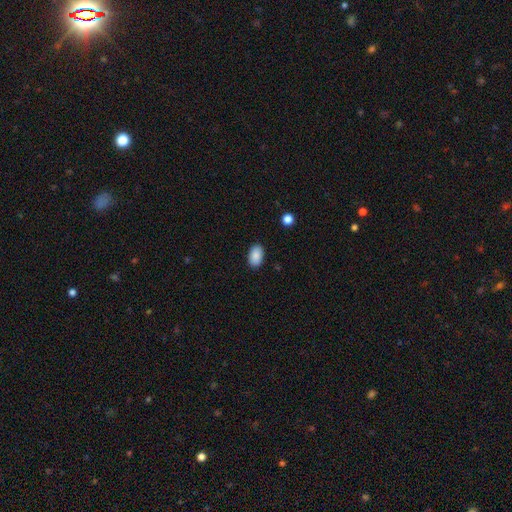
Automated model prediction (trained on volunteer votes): Smooth or featured?
  - smooth: 89% *
  - star or artifact: 7%
  - featured or disk: 4%
How rounded?
  - in between: 93% *
  - round: 6%
  - cigar-shaped: 1%
Merging?
  - none: 89% *
  - minor disturbance: 8%
  - major disturbance: 2%
  - merger: 1%